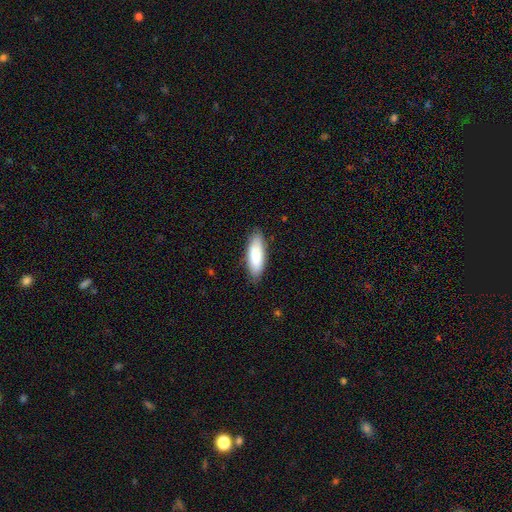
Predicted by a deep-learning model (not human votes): Q: Smooth or featured?
A: smooth (84%); runner-up: featured or disk (11%)
Q: How rounded?
A: in between (65%); runner-up: cigar-shaped (34%)
Q: Merging?
A: none (85%); runner-up: minor disturbance (12%)